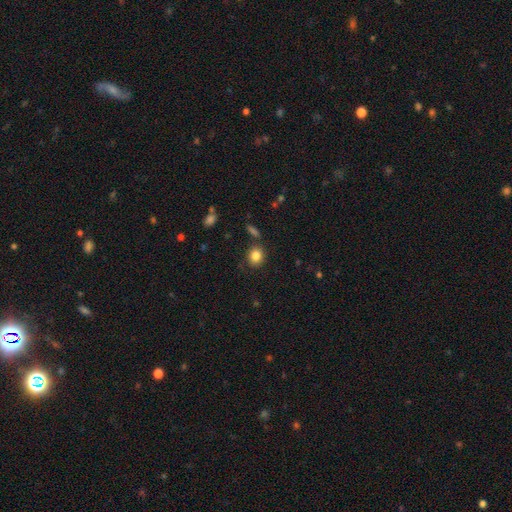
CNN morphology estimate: Smooth or featured?
  - smooth: 84% *
  - star or artifact: 10%
  - featured or disk: 6%
How rounded?
  - round: 68% *
  - in between: 31%
  - cigar-shaped: 1%
Merging?
  - none: 82% *
  - minor disturbance: 10%
  - merger: 5%
  - major disturbance: 3%